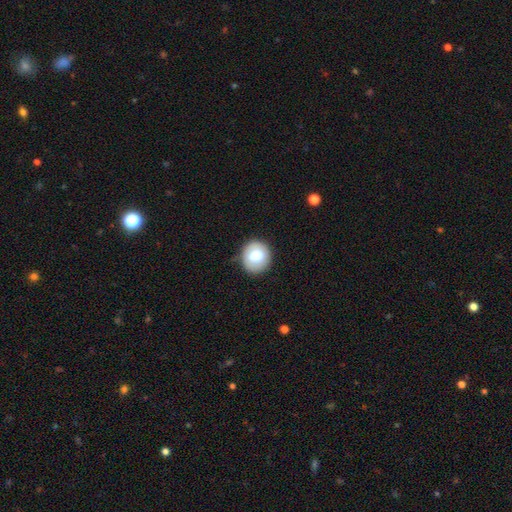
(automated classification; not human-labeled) smooth-or-featured: smooth: 74% | featured or disk: 19% | star or artifact: 8%
  how-rounded: round: 83% | in between: 16% | cigar-shaped: 1%
  merging: none: 82% | minor disturbance: 13% | major disturbance: 4% | merger: 1%